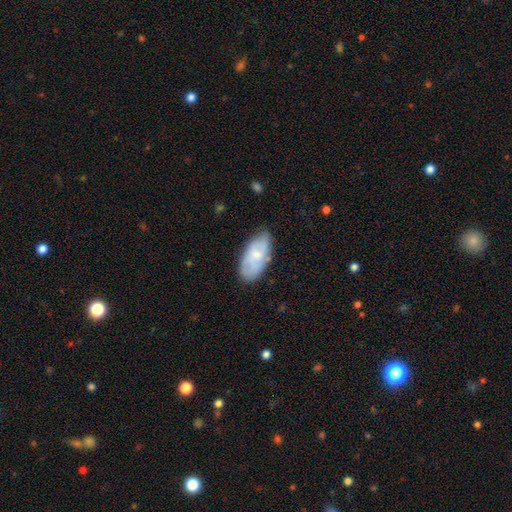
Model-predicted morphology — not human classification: type=smooth (57%); roundness=in between (93%); merging=none (70%).